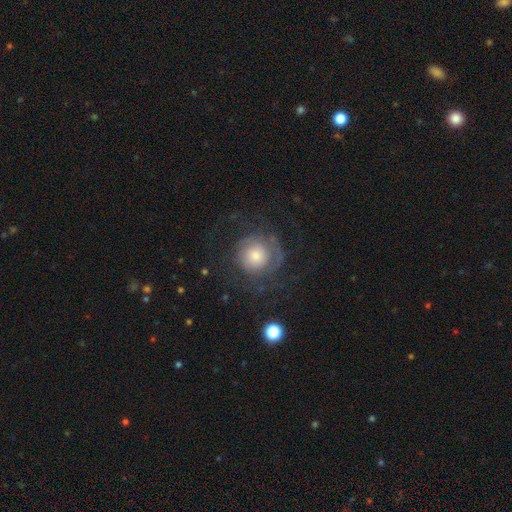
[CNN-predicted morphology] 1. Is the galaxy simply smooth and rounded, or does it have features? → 56% featured or disk, 34% smooth, 10% star or artifact.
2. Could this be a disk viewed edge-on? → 97% no, 3% yes.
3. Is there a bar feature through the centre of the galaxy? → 82% no, 15% weak, 3% strong.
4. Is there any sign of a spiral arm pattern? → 79% yes, 21% no.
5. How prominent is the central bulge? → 48% moderate, 29% small, 17% large, 3% dominant, 3% none.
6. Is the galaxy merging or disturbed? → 65% none, 19% major disturbance, 15% minor disturbance, 2% merger.